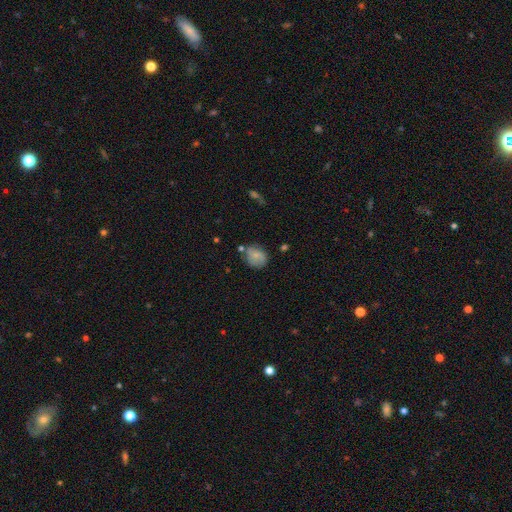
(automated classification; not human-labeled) smooth 66%, featured or disk 25%, star or artifact 9%. Down the decision tree: how rounded — round (59%); merging — none (62%).